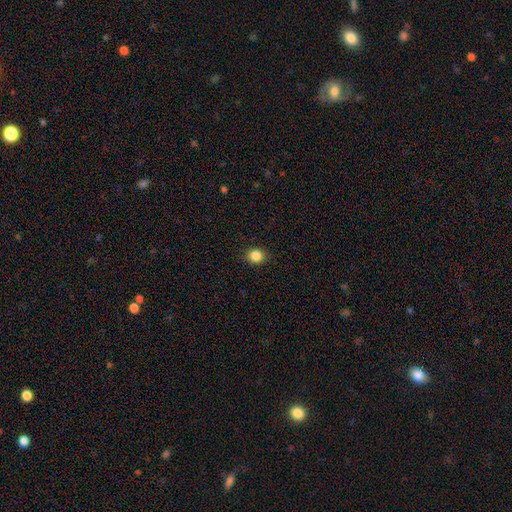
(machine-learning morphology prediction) smooth 85%, star or artifact 11%, featured or disk 4%. Down the decision tree: how rounded — round (83%); merging — none (90%).